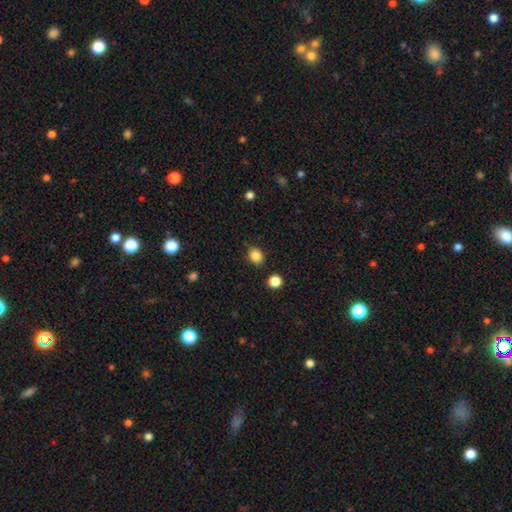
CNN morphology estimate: This is clearly a smooth galaxy (85%). How rounded: likely round (67%). Merging: clearly none (84%).